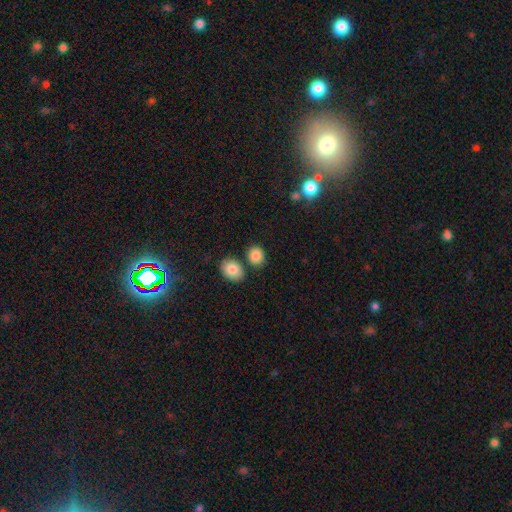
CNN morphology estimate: This appears to be a smooth galaxy with no disk features (86%) that is round (57%). Merging: none (73%).